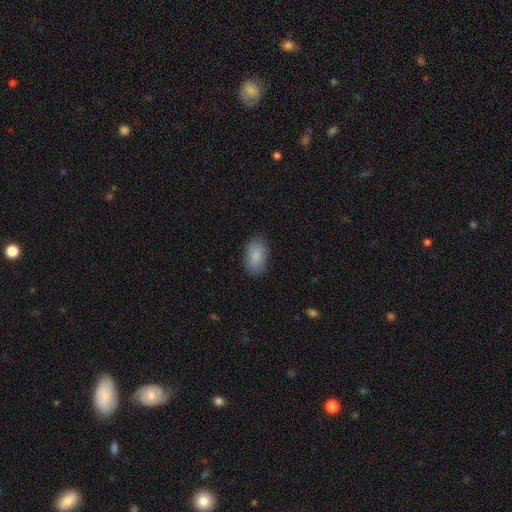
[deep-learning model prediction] Overall: smooth (87%). How rounded: in between (92%). Merging: none (84%).